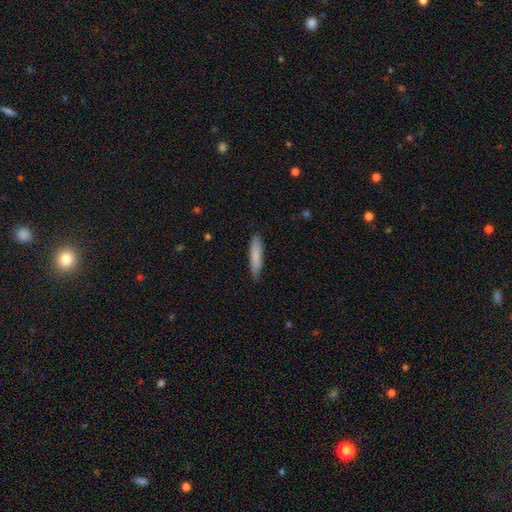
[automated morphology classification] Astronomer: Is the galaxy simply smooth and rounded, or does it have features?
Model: smooth — 81%.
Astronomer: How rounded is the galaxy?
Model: cigar-shaped — 84%.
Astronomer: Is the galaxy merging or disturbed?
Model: none — 84%.